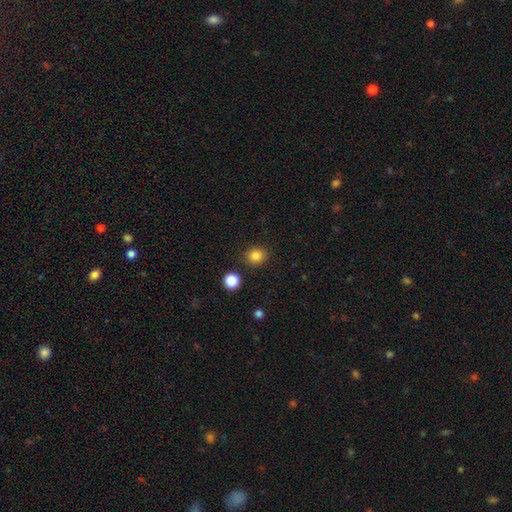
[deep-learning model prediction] smooth 84%, star or artifact 12%, featured or disk 4%. Down the decision tree: how rounded — round (84%); merging — none (88%).